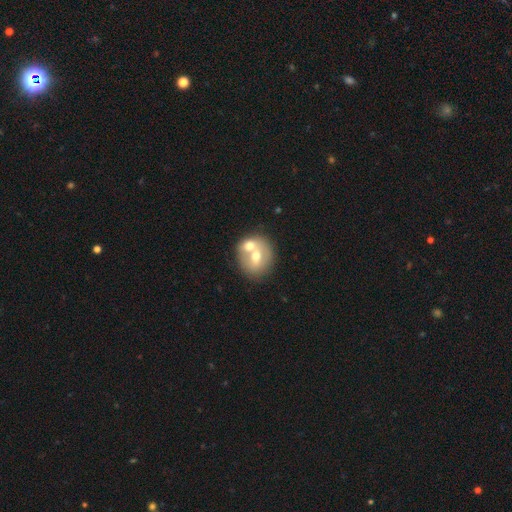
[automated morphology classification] smooth-or-featured: smooth: 58% | featured or disk: 34% | star or artifact: 8%
  how-rounded: round: 70% | in between: 29% | cigar-shaped: 1%
  merging: merger: 51% | none: 37% | minor disturbance: 8% | major disturbance: 3%